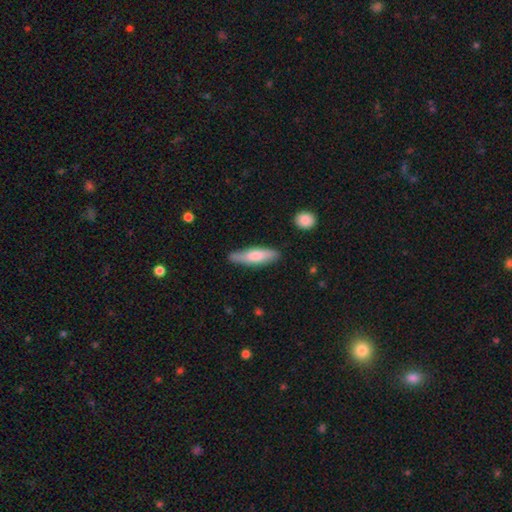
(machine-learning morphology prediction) smooth_or_featured: smooth (p=0.69) [alt: featured or disk p=0.26]
how_rounded: cigar-shaped (p=0.67) [alt: in between p=0.32]
merging: none (p=0.77) [alt: minor disturbance p=0.17]